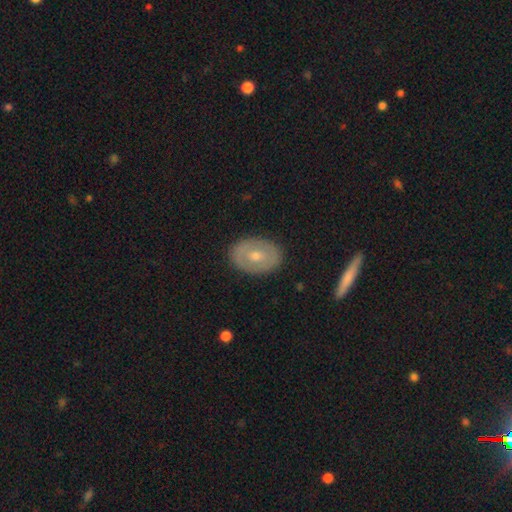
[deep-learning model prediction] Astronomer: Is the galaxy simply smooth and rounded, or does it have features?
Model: featured or disk — 49% (runner-up: smooth, 44%).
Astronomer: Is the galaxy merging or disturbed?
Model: none — 86%.